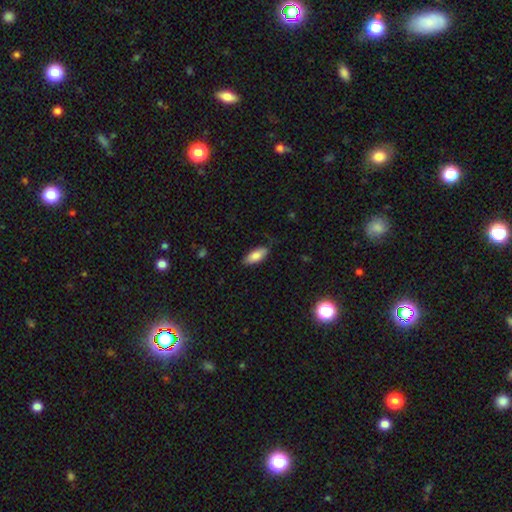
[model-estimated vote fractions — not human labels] Smooth or featured? smooth (81%)
How rounded? in between (82%)
Merging? none (79%)